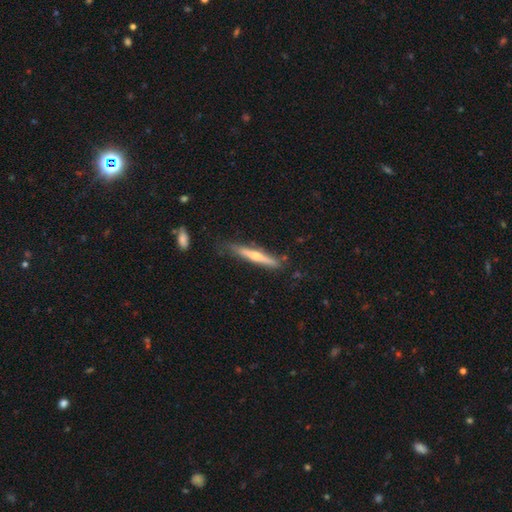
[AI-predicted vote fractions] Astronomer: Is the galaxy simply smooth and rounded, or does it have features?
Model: featured or disk — 62%.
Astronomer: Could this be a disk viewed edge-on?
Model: yes — 95%.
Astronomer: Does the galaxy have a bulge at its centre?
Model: rounded — 76%.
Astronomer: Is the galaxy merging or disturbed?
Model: none — 76%.